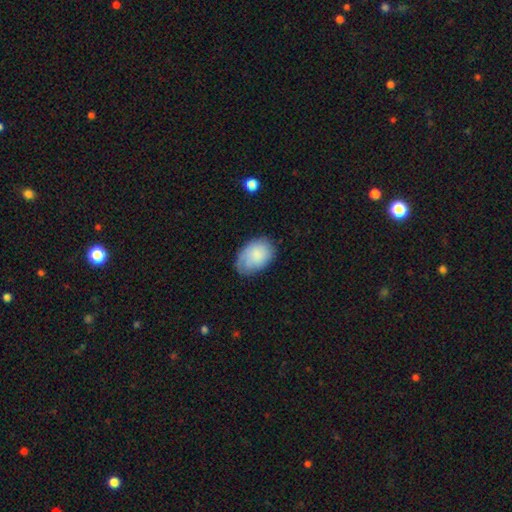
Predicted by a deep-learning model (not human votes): The model was most divided on "merging": none: 68%, minor disturbance: 24%, major disturbance: 7%, merger: 2%. More confident: how rounded — in between (86%); smooth or featured — smooth (77%).